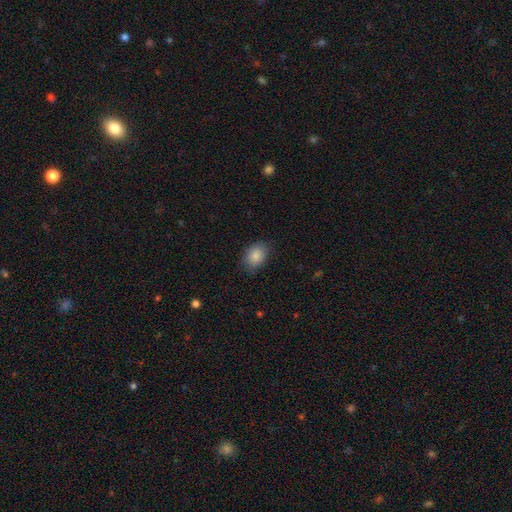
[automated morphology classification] A smooth galaxy with no disk features (86%) that is in between round and cigar-shaped (74%). Merging: none (79%).